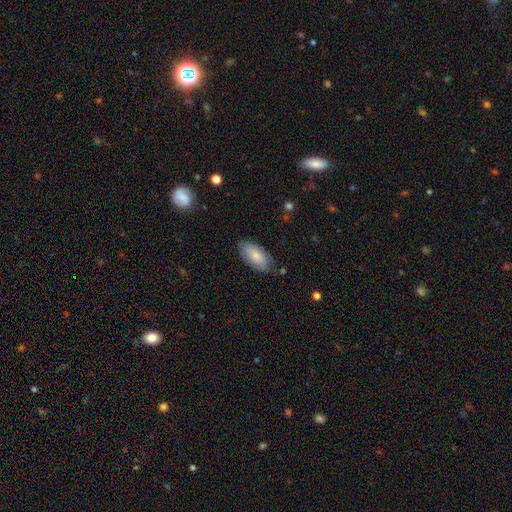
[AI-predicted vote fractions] smooth_or_featured: smooth (p=0.81) [alt: featured or disk p=0.14]
how_rounded: in between (p=0.91) [alt: cigar-shaped p=0.07]
merging: none (p=0.77) [alt: minor disturbance p=0.18]